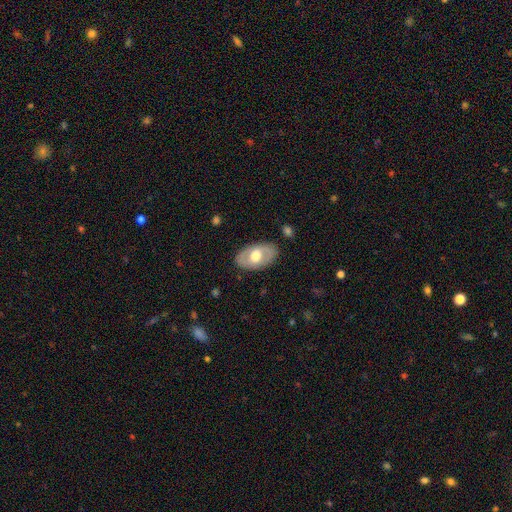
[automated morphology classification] Smooth or featured: smooth — 48% (featured or disk — 47%)
Merging: none — 84% (minor disturbance — 12%)